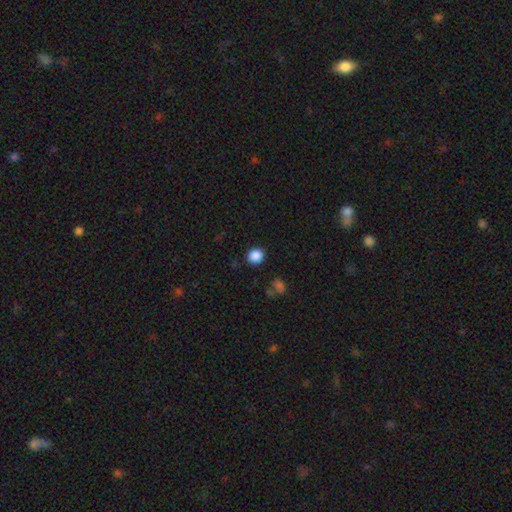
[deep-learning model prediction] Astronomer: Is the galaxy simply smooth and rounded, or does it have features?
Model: smooth — 87%.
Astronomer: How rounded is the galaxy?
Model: round — 85%.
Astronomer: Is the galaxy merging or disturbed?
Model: none — 89%.